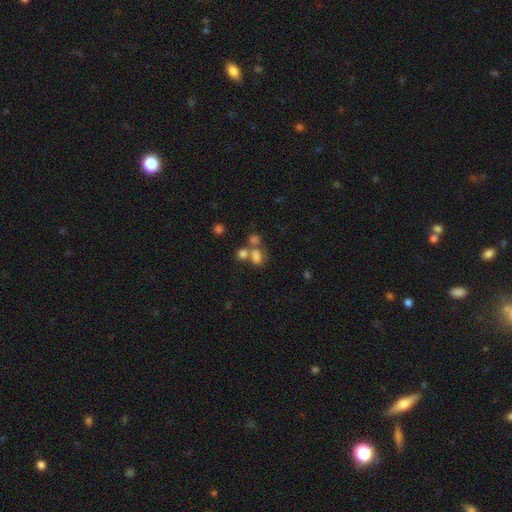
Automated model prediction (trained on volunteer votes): Smooth or featured?
  - smooth: 72% *
  - star or artifact: 15%
  - featured or disk: 13%
How rounded?
  - in between: 64% *
  - round: 34%
  - cigar-shaped: 2%
Merging?
  - merger: 48% *
  - none: 35%
  - minor disturbance: 10%
  - major disturbance: 7%